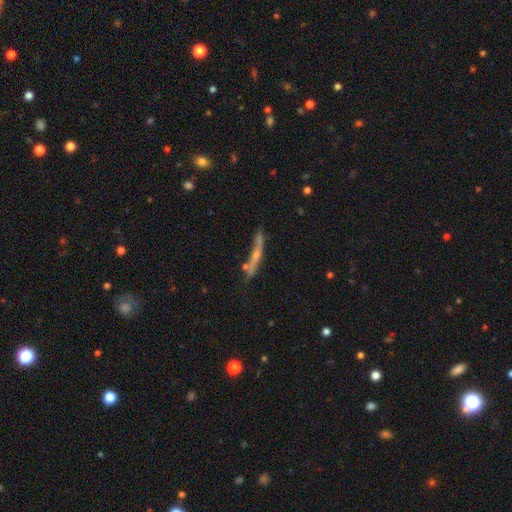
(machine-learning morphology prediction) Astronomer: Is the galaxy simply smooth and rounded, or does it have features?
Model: featured or disk — 63%.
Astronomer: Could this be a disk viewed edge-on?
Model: yes — 87%.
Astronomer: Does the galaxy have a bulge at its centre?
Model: rounded — 63%.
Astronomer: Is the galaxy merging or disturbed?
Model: none — 62%.